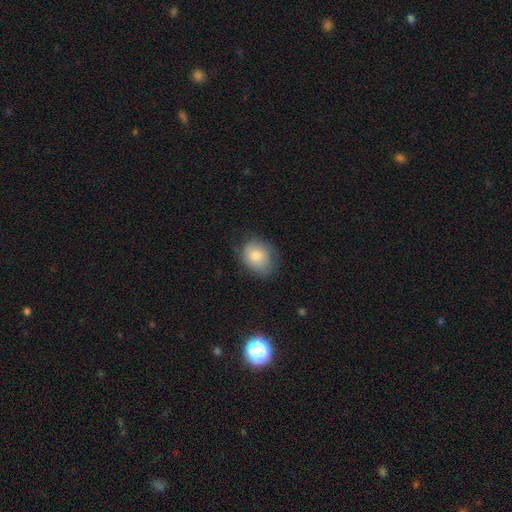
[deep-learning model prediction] smooth-or-featured: smooth: 77% | featured or disk: 15% | star or artifact: 8%
  how-rounded: round: 51% | in between: 48% | cigar-shaped: 1%
  merging: none: 63% | minor disturbance: 27% | major disturbance: 9% | merger: 1%